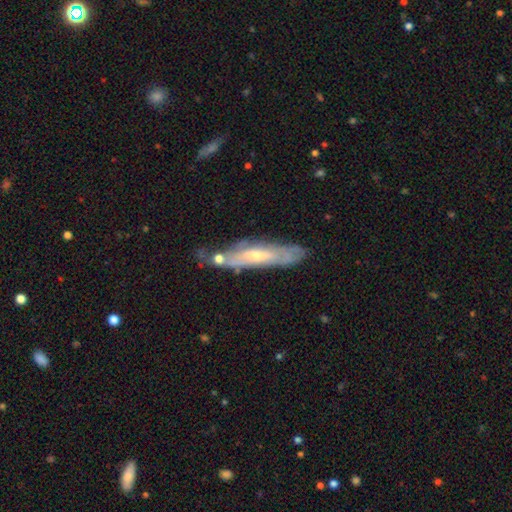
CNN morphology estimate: Q: Smooth or featured?
A: featured or disk (64%); runner-up: smooth (29%)
Q: Edge-on disk?
A: no (53%); runner-up: yes (47%)
Q: Merging?
A: none (60%); runner-up: minor disturbance (23%)